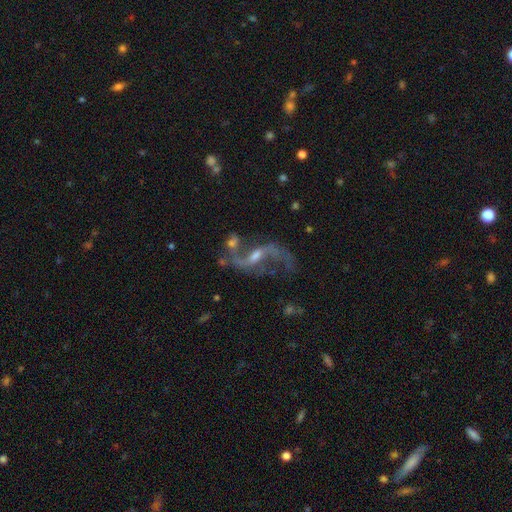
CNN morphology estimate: smooth_or_featured: featured or disk (p=0.87) [alt: star or artifact p=0.08]
disk_edge_on: no (p=0.95) [alt: yes p=0.05]
bar: weak (p=0.49) [alt: strong p=0.27]
has_spiral_arms: yes (p=0.93) [alt: no p=0.07]
spiral_winding: loose (p=0.85) [alt: medium p=0.12]
spiral_arm_count: 2 (p=0.91) [alt: 1 p=0.03]
bulge_size: small (p=0.48) [alt: moderate p=0.39]
merging: none (p=0.51) [alt: major disturbance p=0.19]